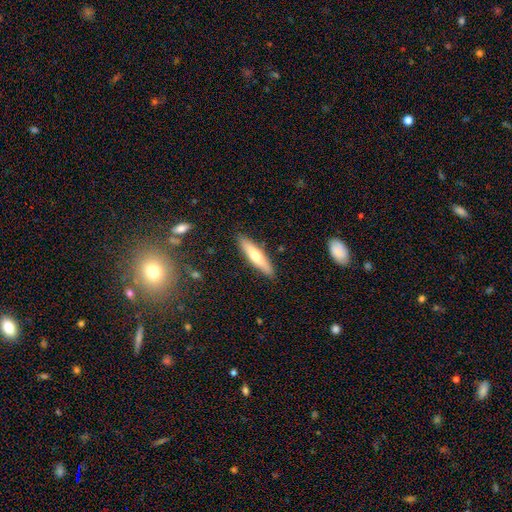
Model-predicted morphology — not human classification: type=smooth (60%); roundness=cigar-shaped (78%); merging=none (88%).